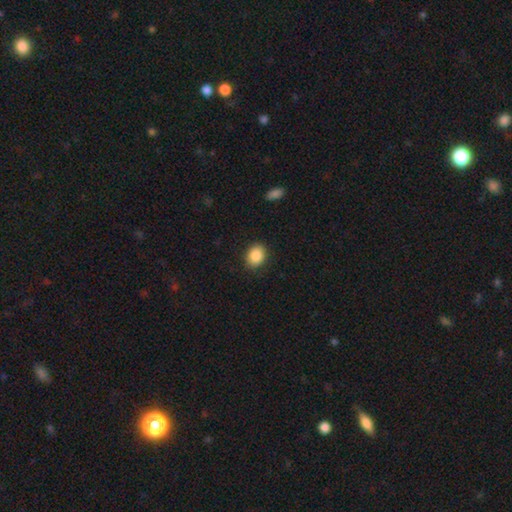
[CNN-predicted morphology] Smooth or featured: smooth — 88% (star or artifact — 8%)
How rounded: in between — 57% (round — 42%)
Merging: none — 88% (minor disturbance — 8%)